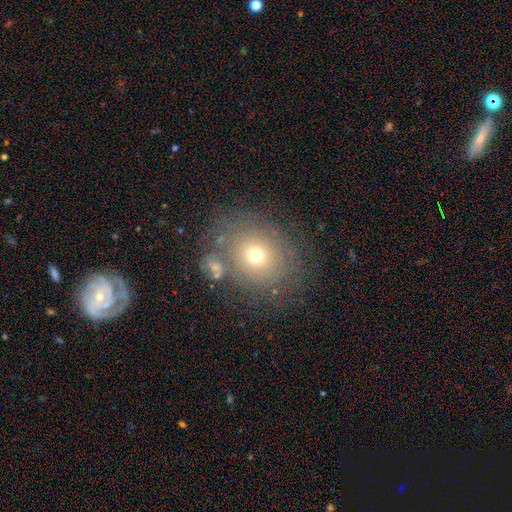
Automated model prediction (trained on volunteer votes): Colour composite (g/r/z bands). It shows a smooth galaxy with no disk features (57%) that is round (64%). Merging: none (69%).